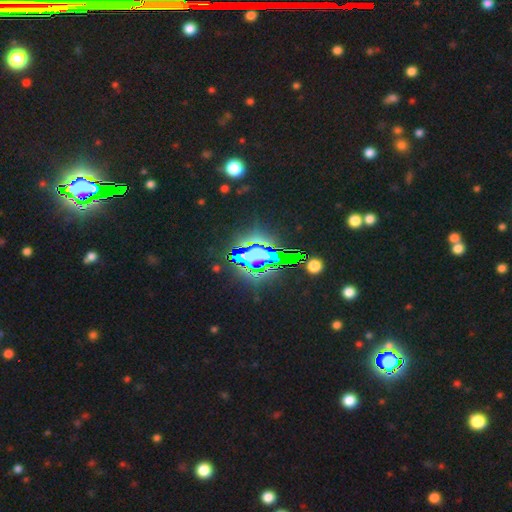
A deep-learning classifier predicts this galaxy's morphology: Q: Smooth or featured?
A: star or artifact (70%); runner-up: smooth (16%)